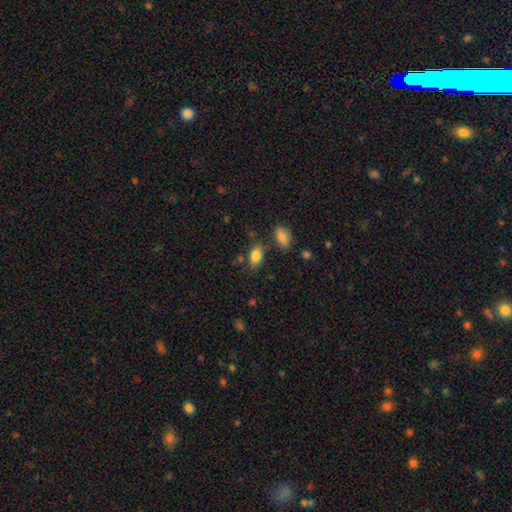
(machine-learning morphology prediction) Q: Smooth or featured?
A: smooth (84%); runner-up: star or artifact (8%)
Q: How rounded?
A: in between (91%); runner-up: round (6%)
Q: Merging?
A: none (74%); runner-up: minor disturbance (13%)